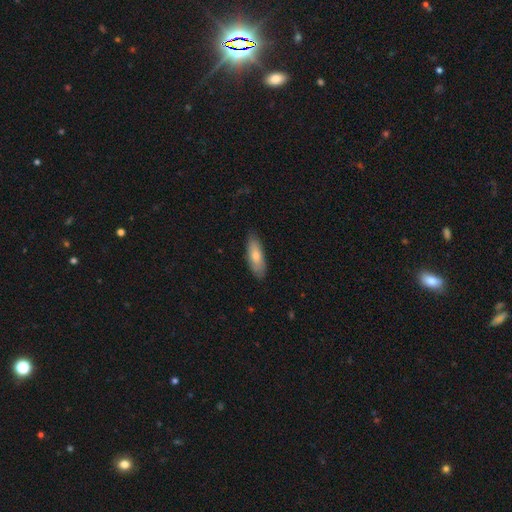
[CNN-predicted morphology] The model was most divided on "how rounded": in between: 64%, cigar-shaped: 34%, round: 2%. More confident: merging — none (83%); smooth or featured — smooth (73%).